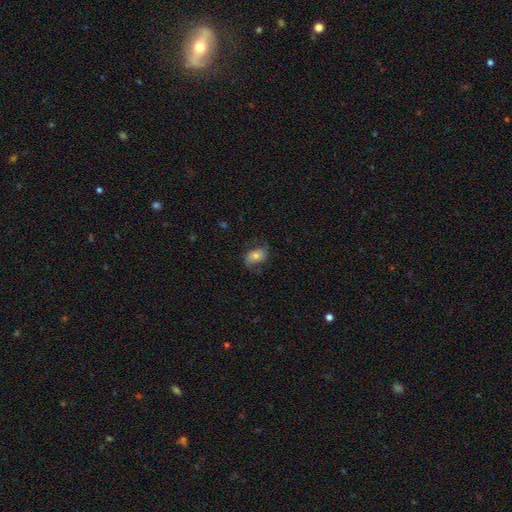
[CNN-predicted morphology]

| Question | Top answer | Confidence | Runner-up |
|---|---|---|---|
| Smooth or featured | smooth | 57% | featured or disk (33%) |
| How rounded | in between | 83% | round (15%) |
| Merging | none | 66% | minor disturbance (22%) |